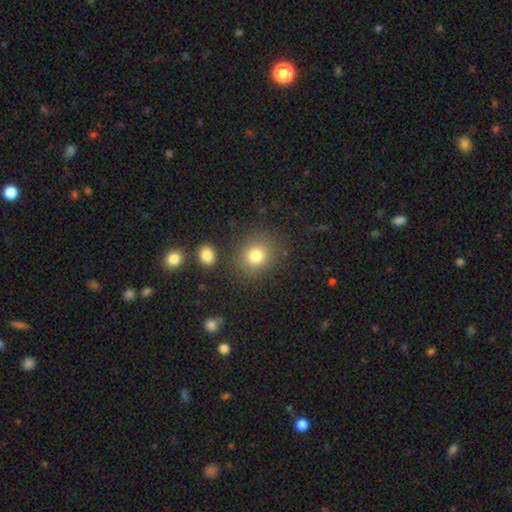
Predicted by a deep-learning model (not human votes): Q: Smooth or featured?
A: smooth (80%); runner-up: star or artifact (12%)
Q: How rounded?
A: round (73%); runner-up: in between (26%)
Q: Merging?
A: none (82%); runner-up: minor disturbance (9%)